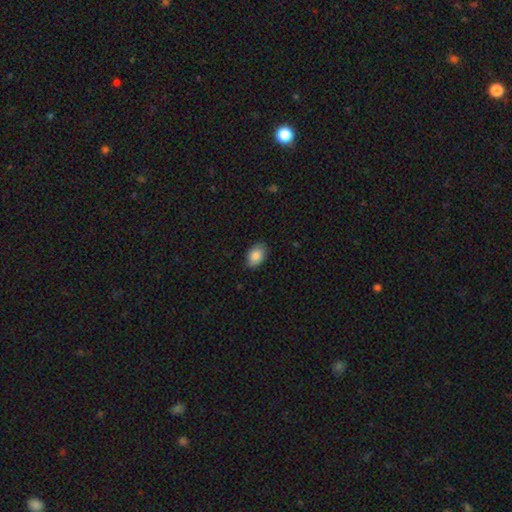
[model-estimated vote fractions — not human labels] Smooth or featured: smooth — 87% (star or artifact — 7%)
How rounded: in between — 88% (round — 11%)
Merging: none — 86% (minor disturbance — 11%)